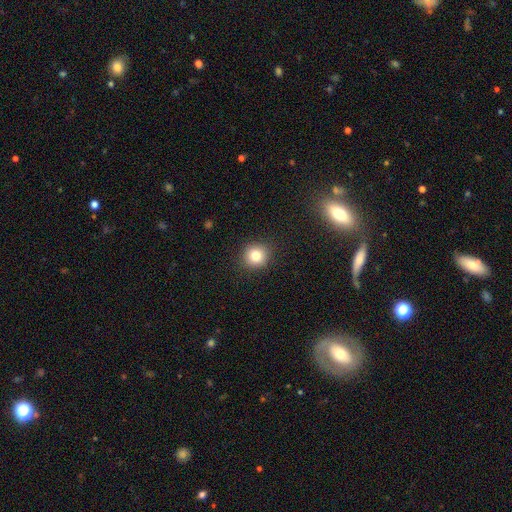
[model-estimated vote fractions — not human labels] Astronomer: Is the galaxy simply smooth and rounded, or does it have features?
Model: smooth — 80%.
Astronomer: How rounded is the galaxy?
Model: round — 91%.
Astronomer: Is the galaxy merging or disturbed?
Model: none — 90%.